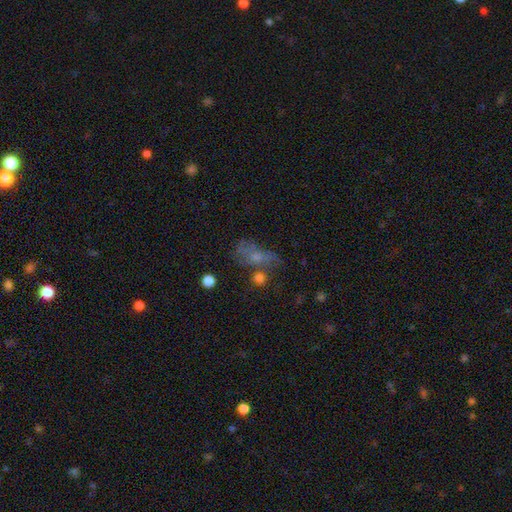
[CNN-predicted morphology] This is possibly a smooth galaxy (48%). Merging: marginally none (32%).